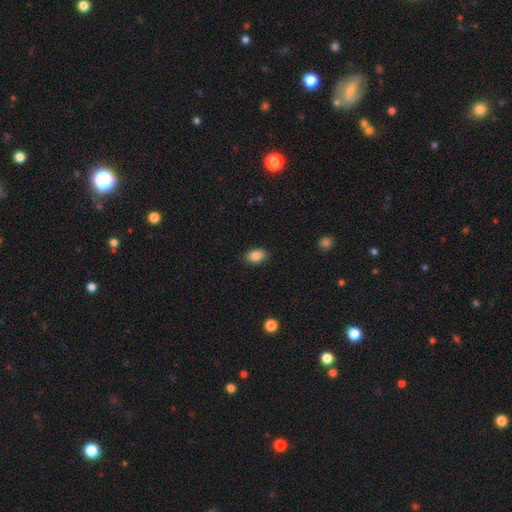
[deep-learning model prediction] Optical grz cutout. It shows a smooth galaxy with no disk features (87%) that is in between round and cigar-shaped (88%). Merging: none (88%).